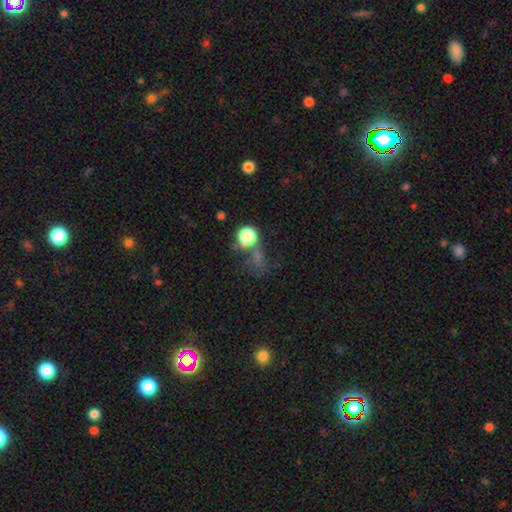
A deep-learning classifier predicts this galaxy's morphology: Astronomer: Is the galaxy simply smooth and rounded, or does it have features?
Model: smooth — 45% (runner-up: star or artifact, 44%).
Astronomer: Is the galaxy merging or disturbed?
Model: none — 52%.